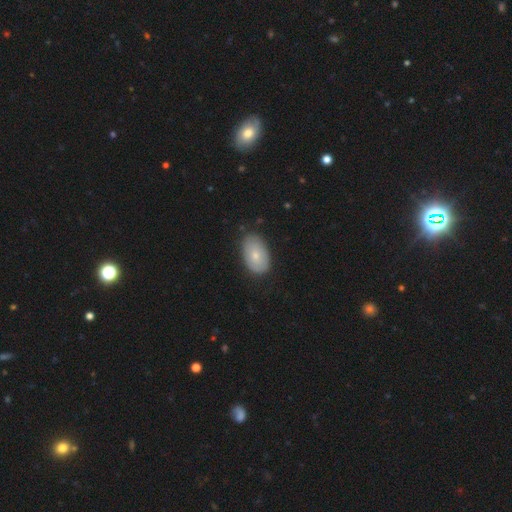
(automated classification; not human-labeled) A smooth galaxy with no disk features (70%) that is in between round and cigar-shaped (92%). Merging: none (77%).